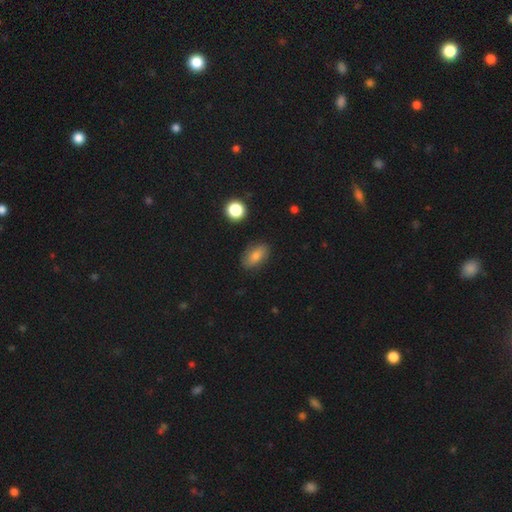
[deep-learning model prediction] A smooth galaxy with no disk features (73%) that is in between round and cigar-shaped (85%).

Vote fractions:
- Smooth or featured? smooth: 73% / featured or disk: 17% / star or artifact: 10%
- How rounded? in between: 85% / round: 9% / cigar-shaped: 6%
- Merging? none: 83% / minor disturbance: 13% / major disturbance: 3% / merger: 2%